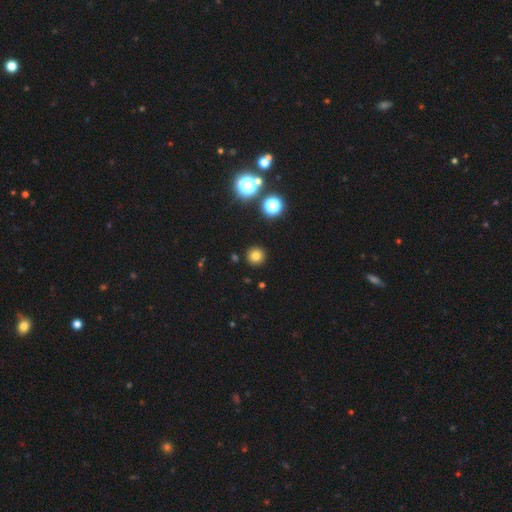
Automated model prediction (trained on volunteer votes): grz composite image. It shows a smooth galaxy with no disk features (75%) that is round (95%). Merging: none (91%).